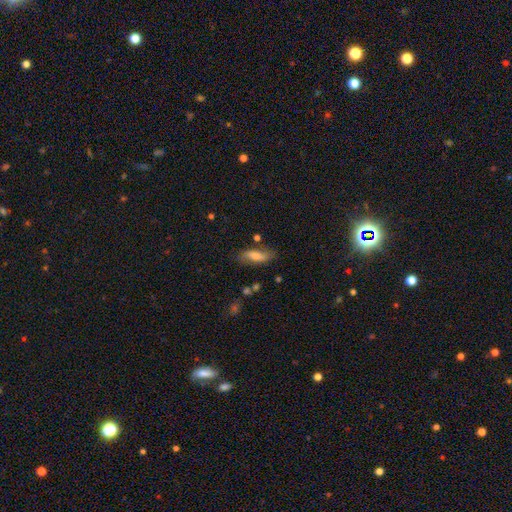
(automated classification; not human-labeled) smooth 59%, featured or disk 33%, star or artifact 9%. Down the decision tree: how rounded — in between (64%); merging — none (71%).